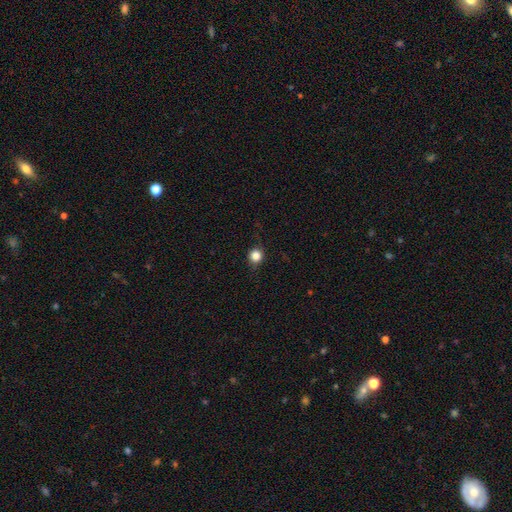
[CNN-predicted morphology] Smooth or featured: smooth — 83% (star or artifact — 12%)
How rounded: round — 91% (in between — 8%)
Merging: none — 86% (minor disturbance — 10%)